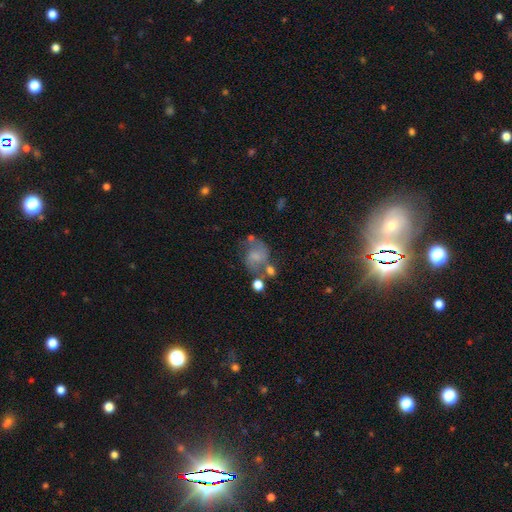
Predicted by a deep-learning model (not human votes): smooth_or_featured: featured or disk (p=0.47) [alt: smooth p=0.41]
merging: none (p=0.44) [alt: minor disturbance p=0.23]